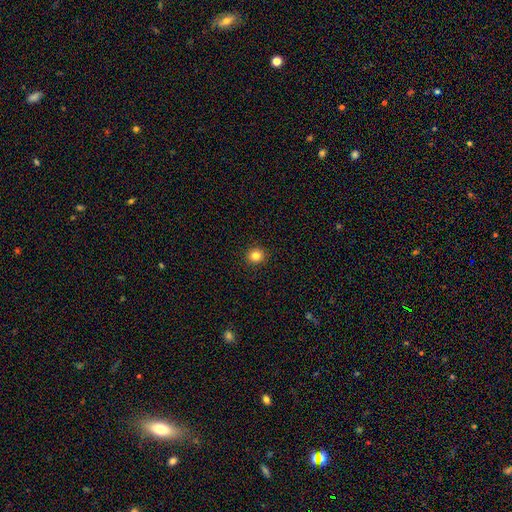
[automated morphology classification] A smooth galaxy with no disk features (83%) that is round (89%).

Vote fractions:
- Smooth or featured? smooth: 83% / star or artifact: 12% / featured or disk: 5%
- How rounded? round: 89% / in between: 10% / cigar-shaped: 1%
- Merging? none: 93% / minor disturbance: 5% / major disturbance: 2% / merger: 1%